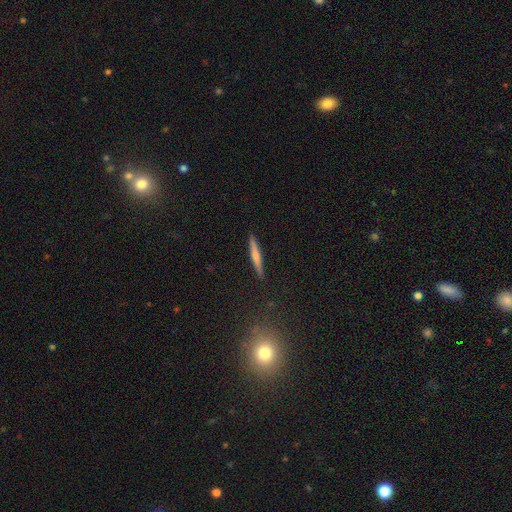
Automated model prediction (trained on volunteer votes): Smooth or featured? smooth (53%)
How rounded? cigar-shaped (95%)
Merging? none (91%)